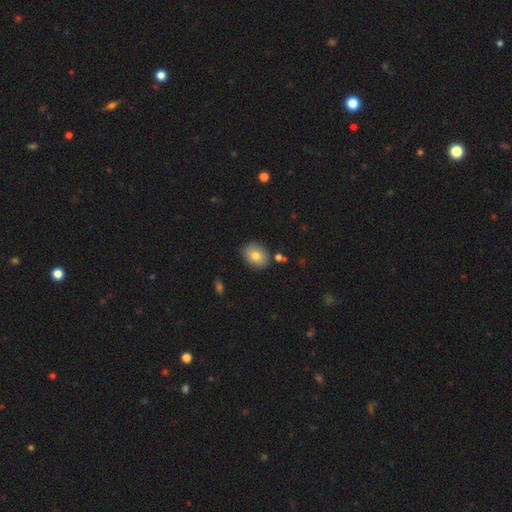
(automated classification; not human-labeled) smooth 78%, featured or disk 14%, star or artifact 9%. Down the decision tree: how rounded — in between (57%); merging — none (83%).